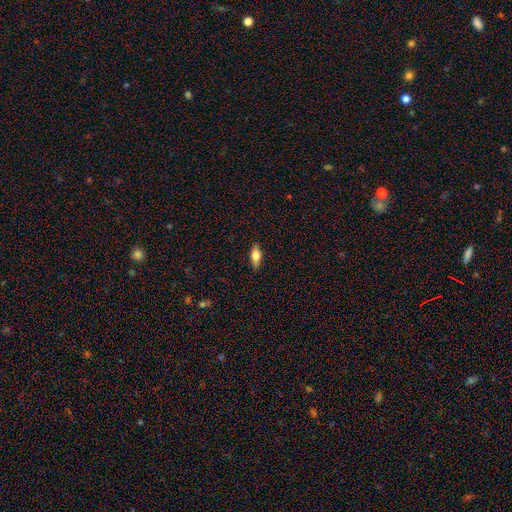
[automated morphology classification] smooth-or-featured: smooth: 72% | featured or disk: 21% | star or artifact: 7%
  how-rounded: in between: 77% | cigar-shaped: 19% | round: 3%
  merging: none: 87% | minor disturbance: 10% | major disturbance: 2% | merger: 1%